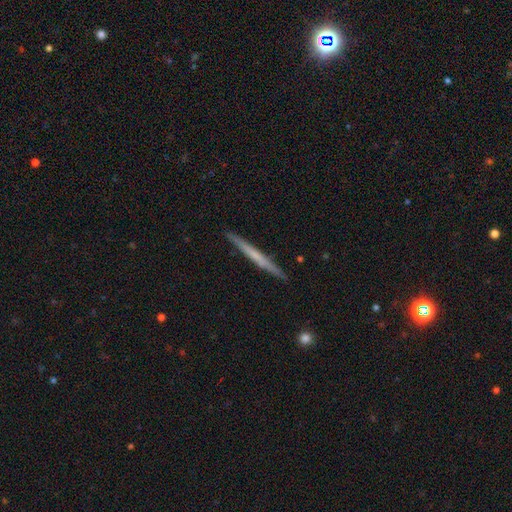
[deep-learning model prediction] This is possibly a featured or disk galaxy (53%). It is clearly viewed edge-on (97%). Edge-on bulge: likely none (78%). Merging: clearly none (91%).